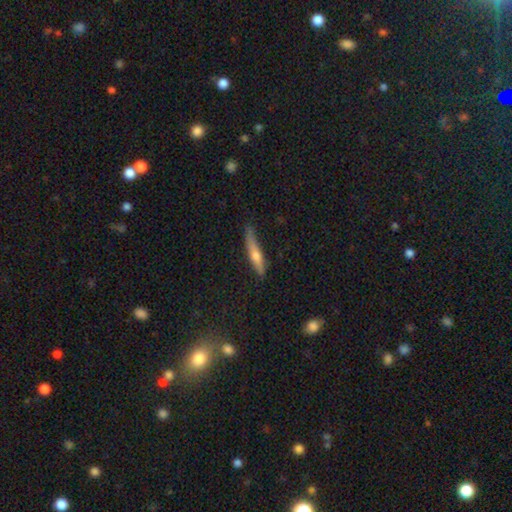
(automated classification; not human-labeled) Morphology: type=smooth (53%); roundness=cigar-shaped (88%); merging=none (69%).